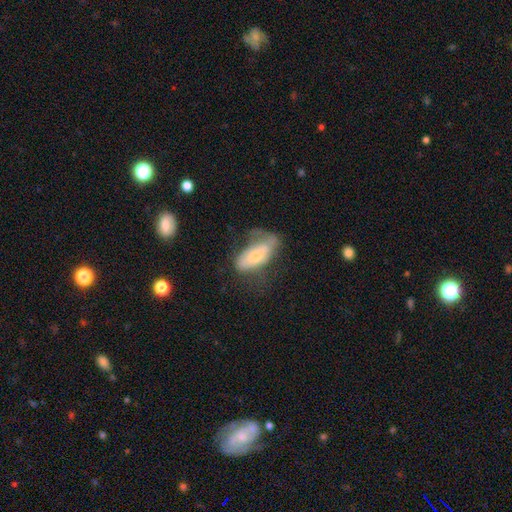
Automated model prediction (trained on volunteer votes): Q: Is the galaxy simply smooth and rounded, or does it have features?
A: smooth — 55%.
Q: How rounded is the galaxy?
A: in between — 79%.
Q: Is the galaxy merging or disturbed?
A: none — 38%.